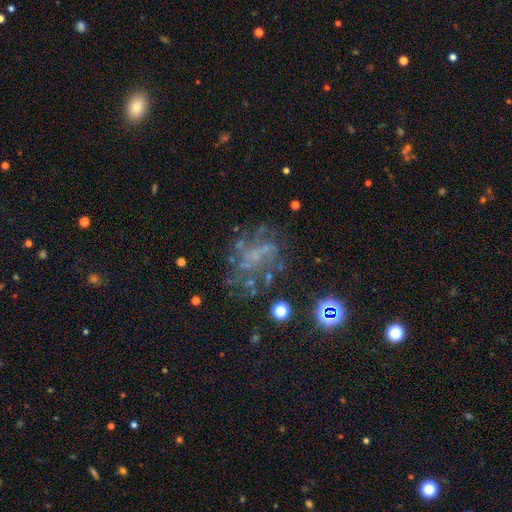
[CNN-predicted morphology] smooth_or_featured: featured or disk (p=0.59) [alt: star or artifact p=0.25]
disk_edge_on: no (p=0.97) [alt: yes p=0.03]
bar: no (p=0.77) [alt: weak p=0.18]
has_spiral_arms: no (p=0.55) [alt: yes p=0.45]
bulge_size: none (p=0.68) [alt: small p=0.21]
merging: none (p=0.54) [alt: major disturbance p=0.25]